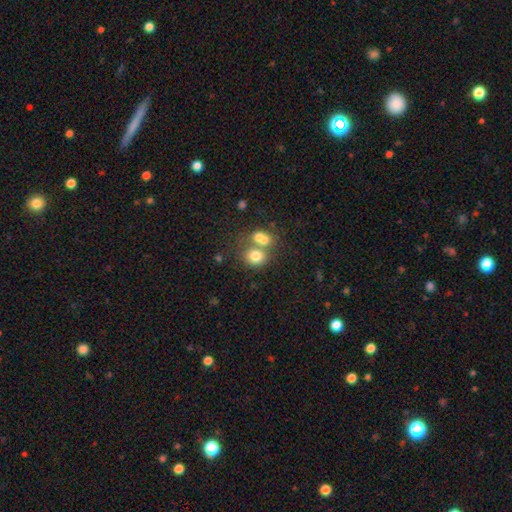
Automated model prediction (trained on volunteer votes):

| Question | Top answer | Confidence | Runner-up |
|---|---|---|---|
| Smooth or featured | smooth | 74% | featured or disk (15%) |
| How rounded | round | 70% | in between (29%) |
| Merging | merger | 51% | none (37%) |